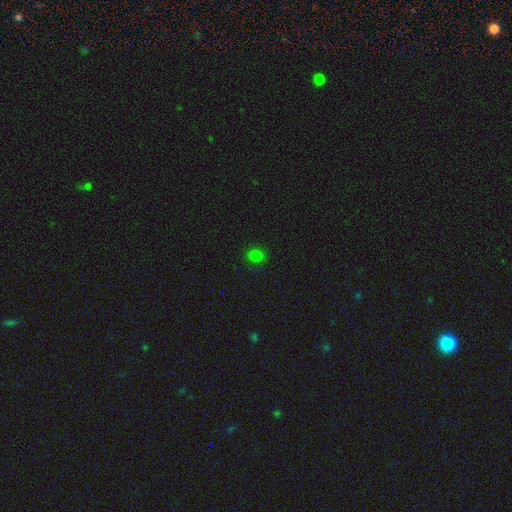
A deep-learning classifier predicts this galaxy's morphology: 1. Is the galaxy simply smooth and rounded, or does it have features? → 78% smooth, 17% star or artifact, 4% featured or disk.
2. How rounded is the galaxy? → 75% round, 24% in between, 1% cigar-shaped.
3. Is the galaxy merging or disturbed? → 90% none, 7% minor disturbance, 2% major disturbance, 1% merger.